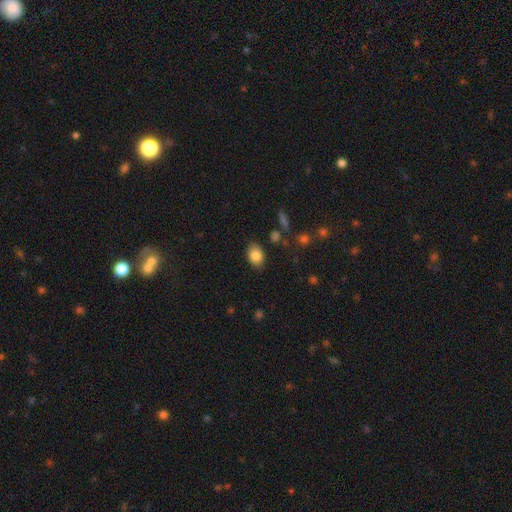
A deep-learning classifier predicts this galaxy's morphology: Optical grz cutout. It shows a smooth galaxy with no disk features (83%) that is in between round and cigar-shaped (79%). Merging: none (83%).